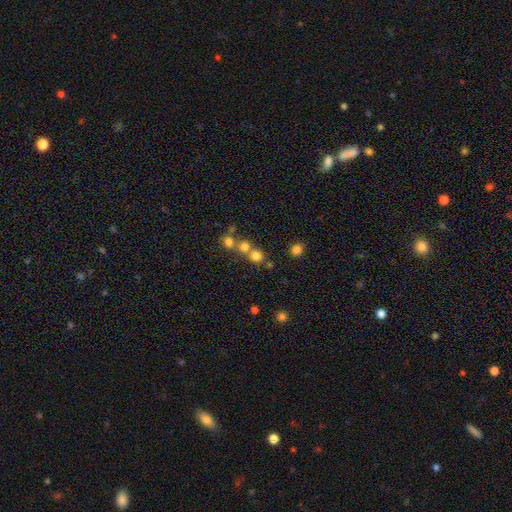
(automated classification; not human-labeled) smooth-or-featured: smooth: 73% | star or artifact: 18% | featured or disk: 9%
  how-rounded: round: 87% | in between: 12% | cigar-shaped: 1%
  merging: none: 54% | merger: 37% | minor disturbance: 6% | major disturbance: 3%